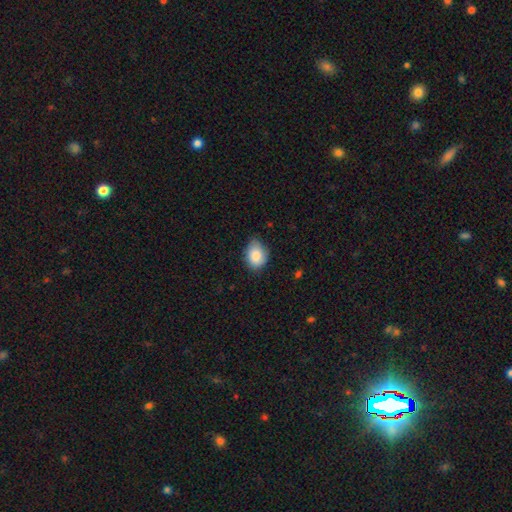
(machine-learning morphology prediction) A smooth galaxy with no disk features (85%) that is in between round and cigar-shaped (68%).

Vote fractions:
- Smooth or featured? smooth: 85% / featured or disk: 8% / star or artifact: 8%
- How rounded? in between: 68% / round: 31% / cigar-shaped: 1%
- Merging? none: 64% / minor disturbance: 31% / major disturbance: 4% / merger: 1%